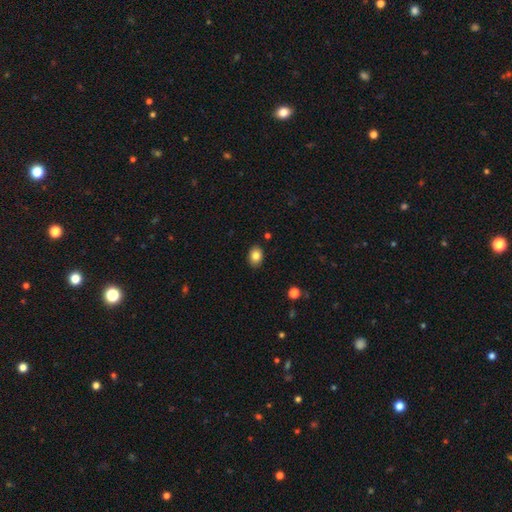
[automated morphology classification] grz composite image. It shows a smooth galaxy with no disk features (83%) that is in between round and cigar-shaped (69%). Merging: none (88%).